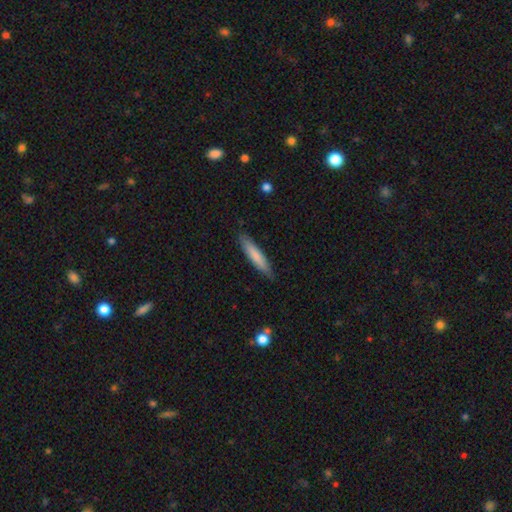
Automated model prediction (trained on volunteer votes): smooth_or_featured: smooth (p=0.78) [alt: featured or disk p=0.17]
how_rounded: cigar-shaped (p=0.88) [alt: in between p=0.11]
merging: none (p=0.86) [alt: minor disturbance p=0.11]